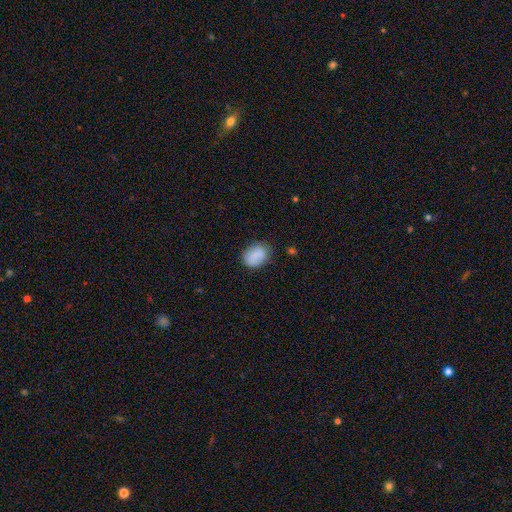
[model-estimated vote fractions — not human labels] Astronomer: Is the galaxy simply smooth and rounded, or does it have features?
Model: smooth — 85%.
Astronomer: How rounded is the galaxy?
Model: in between — 73%.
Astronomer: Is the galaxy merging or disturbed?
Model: none — 77%.